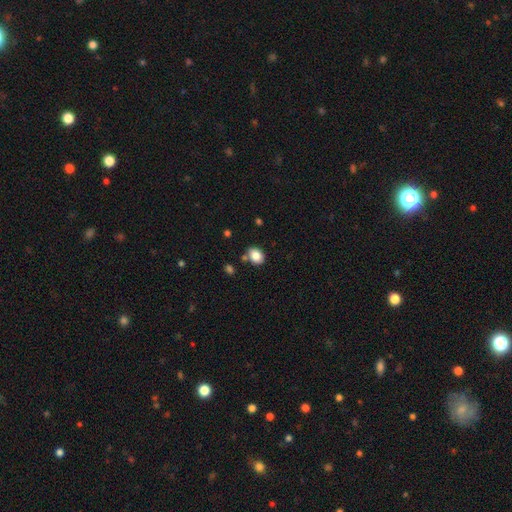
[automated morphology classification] smooth 85%, star or artifact 9%, featured or disk 6%. Down the decision tree: how rounded — in between (61%); merging — none (73%).